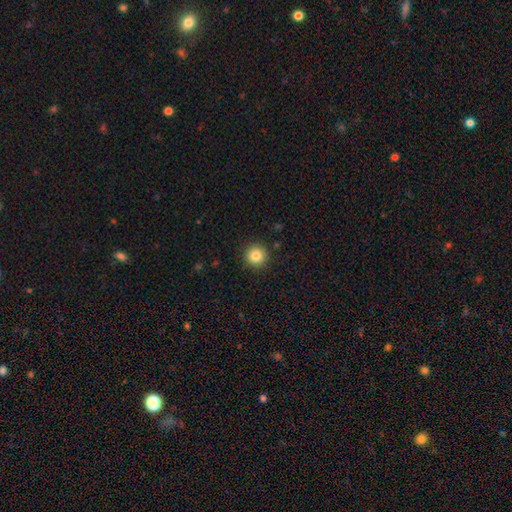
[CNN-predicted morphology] smooth_or_featured: smooth (p=0.84) [alt: star or artifact p=0.11]
how_rounded: round (p=0.96) [alt: in between p=0.03]
merging: none (p=0.92) [alt: minor disturbance p=0.05]